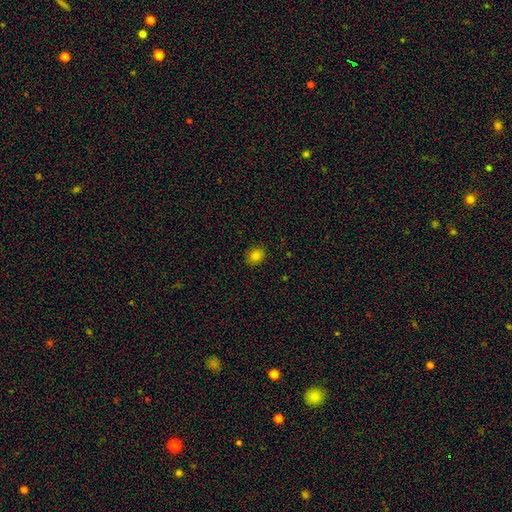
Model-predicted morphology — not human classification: This is clearly a smooth galaxy (82%). How rounded: possibly round (52%). Merging: clearly none (89%).